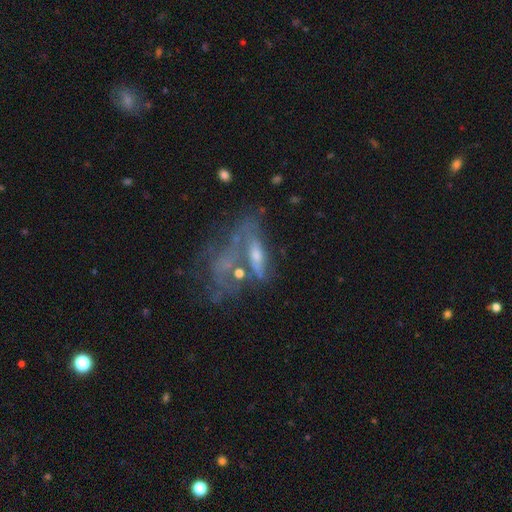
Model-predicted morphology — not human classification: featured or disk 56%, smooth 32%, star or artifact 12%. Down the decision tree: edge-on disk — no (67%); merging — none (33%).